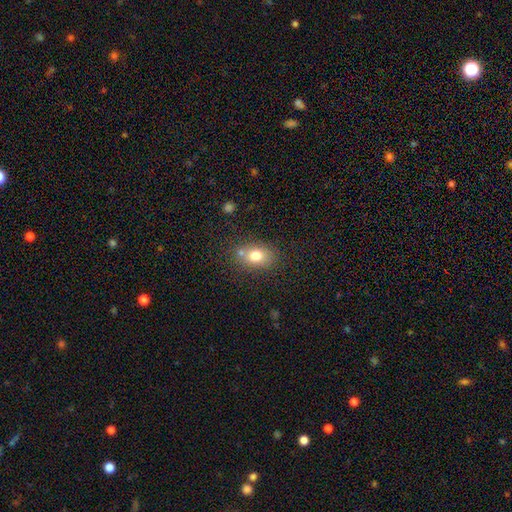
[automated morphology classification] This is likely a smooth galaxy (76%). How rounded: likely in between (69%). Merging: likely none (64%).